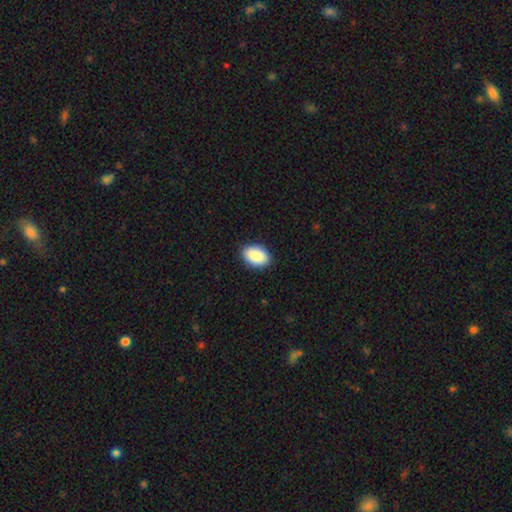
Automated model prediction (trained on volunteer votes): Smooth or featured: smooth — 90% (star or artifact — 6%)
How rounded: in between — 91% (round — 8%)
Merging: none — 90% (minor disturbance — 8%)